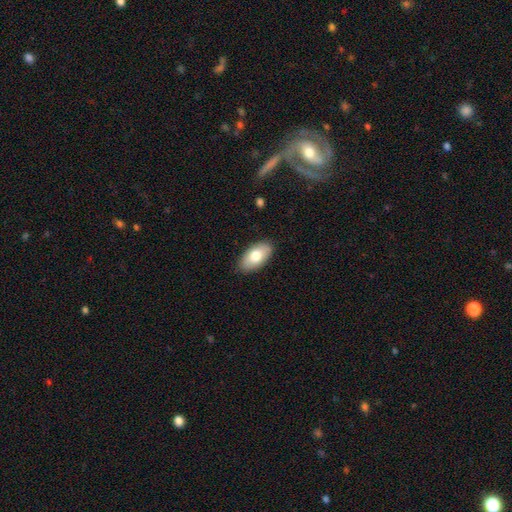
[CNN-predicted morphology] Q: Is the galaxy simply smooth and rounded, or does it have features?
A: smooth — 76%.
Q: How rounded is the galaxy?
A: in between — 94%.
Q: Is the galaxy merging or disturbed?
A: none — 86%.